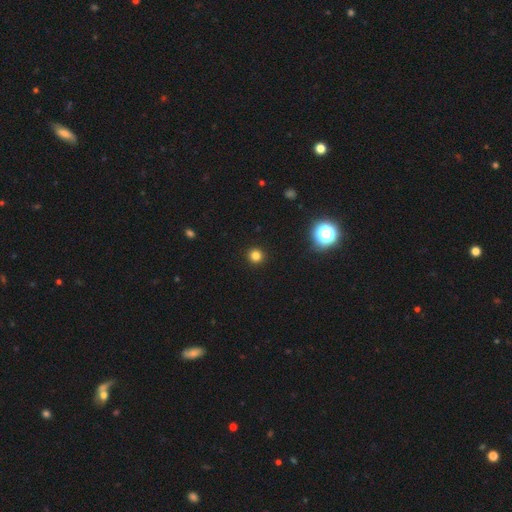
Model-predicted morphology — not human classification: smooth 80%, star or artifact 16%, featured or disk 4%. Down the decision tree: how rounded — round (95%); merging — none (93%).